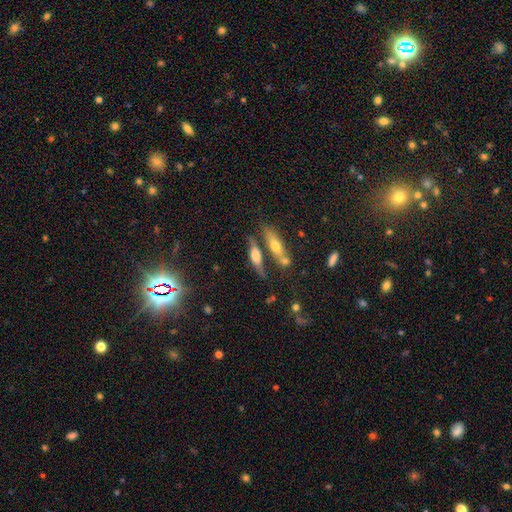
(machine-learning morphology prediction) type=featured or disk (47%); merging=none (49%).